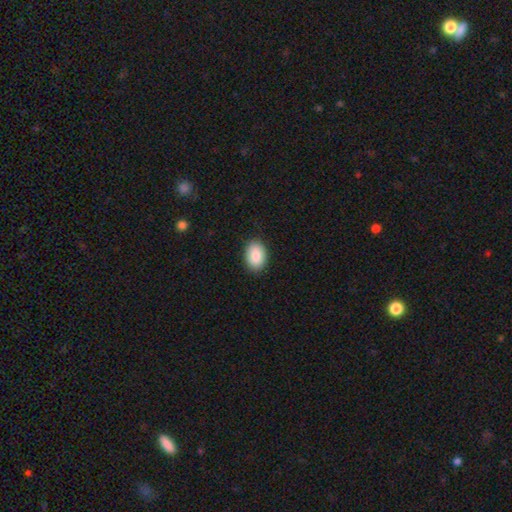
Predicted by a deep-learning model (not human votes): Smooth or featured: smooth — 89% (star or artifact — 6%)
How rounded: in between — 86% (round — 13%)
Merging: none — 88% (minor disturbance — 9%)